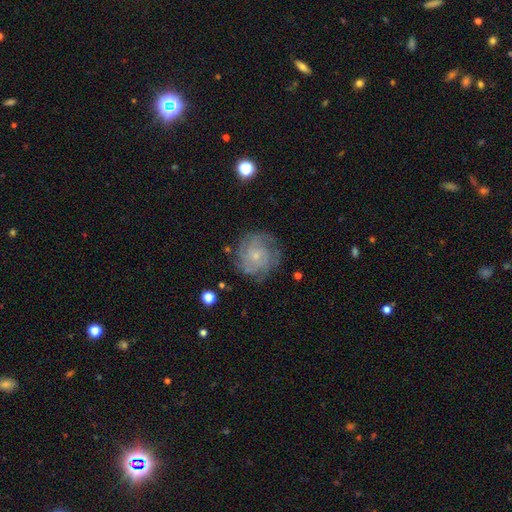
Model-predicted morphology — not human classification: type=featured or disk (75%); edge-on=no (98%); bar=no (79%); spiral arms=yes (92%); winding=tight (63%); arm count=can't tell (37%); bulge=small (76%); merging=none (76%).